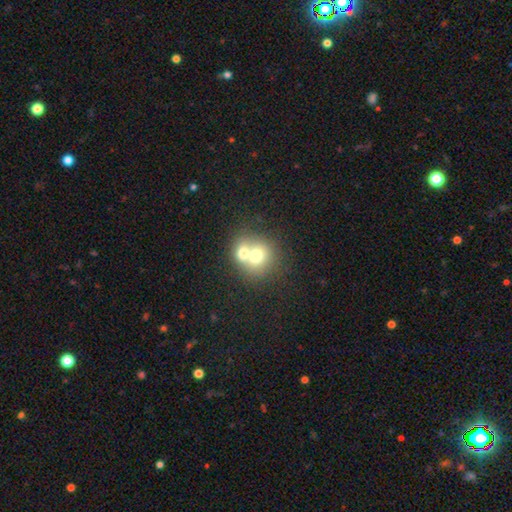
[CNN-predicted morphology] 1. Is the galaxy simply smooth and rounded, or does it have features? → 67% smooth, 22% featured or disk, 11% star or artifact.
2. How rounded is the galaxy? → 76% round, 23% in between, 1% cigar-shaped.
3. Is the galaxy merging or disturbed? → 66% merger, 26% none, 5% minor disturbance, 3% major disturbance.